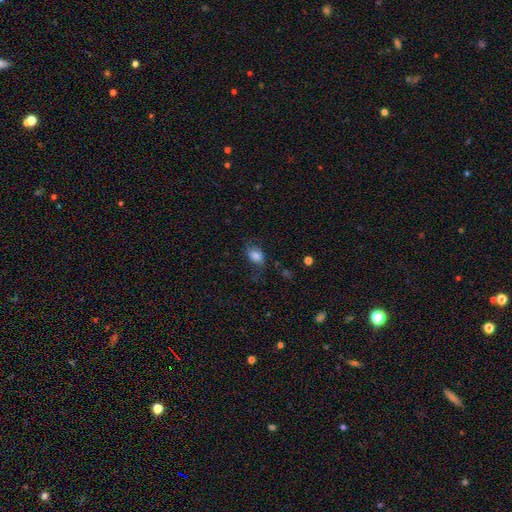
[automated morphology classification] smooth-or-featured: smooth: 75% | featured or disk: 15% | star or artifact: 10%
  how-rounded: in between: 82% | round: 16% | cigar-shaped: 2%
  merging: none: 52% | minor disturbance: 26% | major disturbance: 19% | merger: 2%